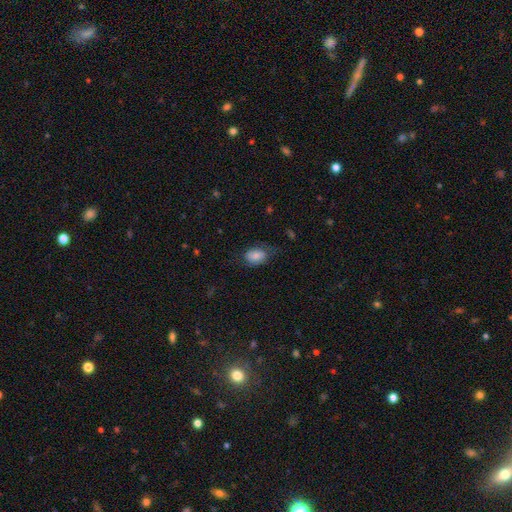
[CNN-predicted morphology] Smooth or featured?
  - smooth: 76% *
  - featured or disk: 16%
  - star or artifact: 8%
How rounded?
  - in between: 83% *
  - round: 16%
  - cigar-shaped: 1%
Merging?
  - none: 59% *
  - minor disturbance: 26%
  - major disturbance: 13%
  - merger: 1%